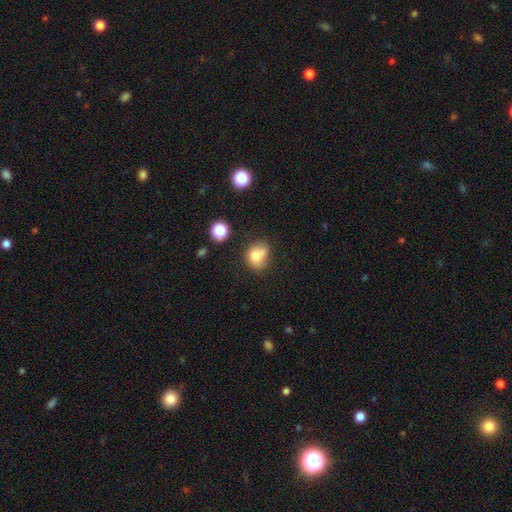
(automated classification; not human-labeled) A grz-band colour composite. It shows a smooth galaxy with no disk features (73%) that is round (54%). Merging: none (41%).